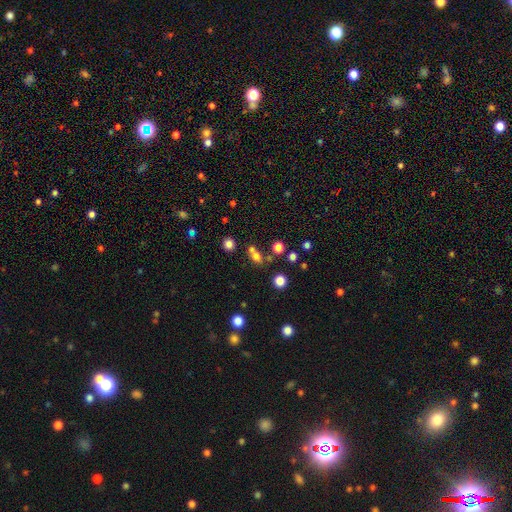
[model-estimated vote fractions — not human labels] Smooth or featured?
  - smooth: 69% *
  - star or artifact: 19%
  - featured or disk: 11%
How rounded?
  - round: 53% *
  - in between: 44%
  - cigar-shaped: 3%
Merging?
  - none: 47% *
  - merger: 37%
  - minor disturbance: 10%
  - major disturbance: 5%